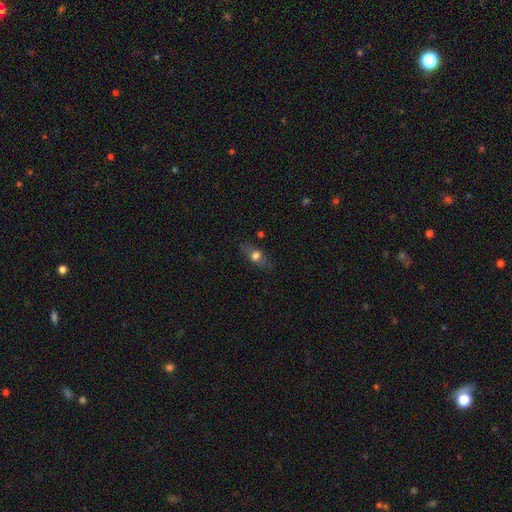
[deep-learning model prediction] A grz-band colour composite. It shows a smooth galaxy with no disk features (65%) that is in between round and cigar-shaped (71%). Merging: none (76%).